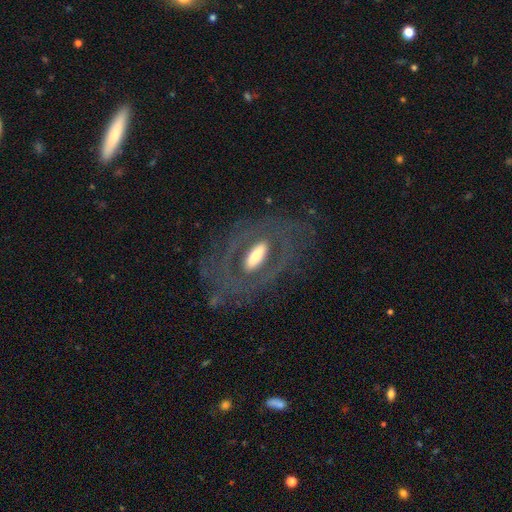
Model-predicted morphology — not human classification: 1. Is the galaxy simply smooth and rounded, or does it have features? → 68% featured or disk, 24% smooth, 7% star or artifact.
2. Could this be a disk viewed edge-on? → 80% no, 20% yes.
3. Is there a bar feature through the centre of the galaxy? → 40% strong, 37% no, 23% weak.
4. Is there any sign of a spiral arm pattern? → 52% no, 48% yes.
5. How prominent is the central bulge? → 47% moderate, 26% large, 20% small, 5% dominant, 2% none.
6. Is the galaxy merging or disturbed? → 68% none, 16% major disturbance, 15% minor disturbance, 2% merger.